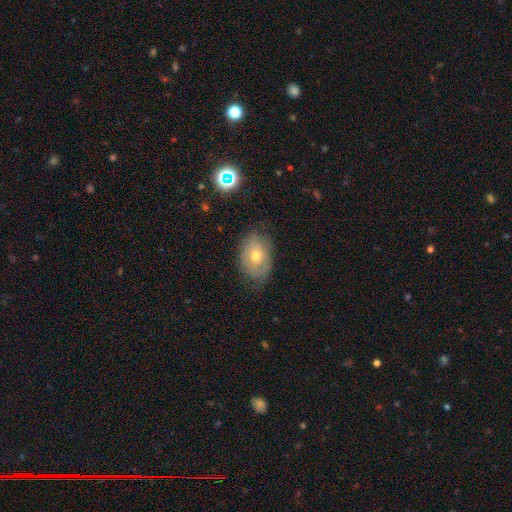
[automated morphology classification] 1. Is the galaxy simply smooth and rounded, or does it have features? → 52% smooth, 37% featured or disk, 11% star or artifact.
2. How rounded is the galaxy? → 77% in between, 21% round, 1% cigar-shaped.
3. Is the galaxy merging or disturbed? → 72% none, 21% minor disturbance, 6% major disturbance, 1% merger.